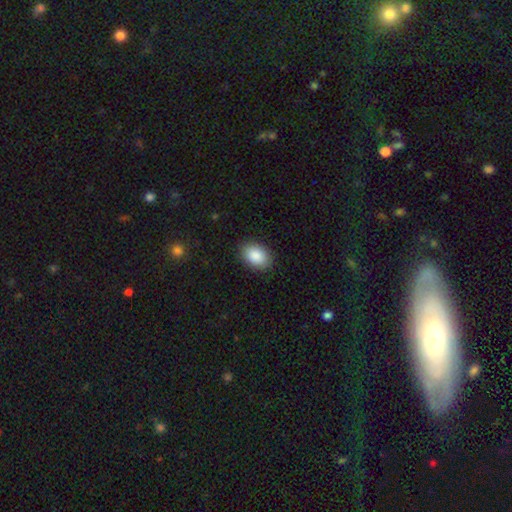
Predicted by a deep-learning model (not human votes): smooth-or-featured: smooth: 89% | star or artifact: 7% | featured or disk: 4%
  how-rounded: in between: 87% | round: 12% | cigar-shaped: 1%
  merging: none: 89% | minor disturbance: 8% | major disturbance: 2% | merger: 1%